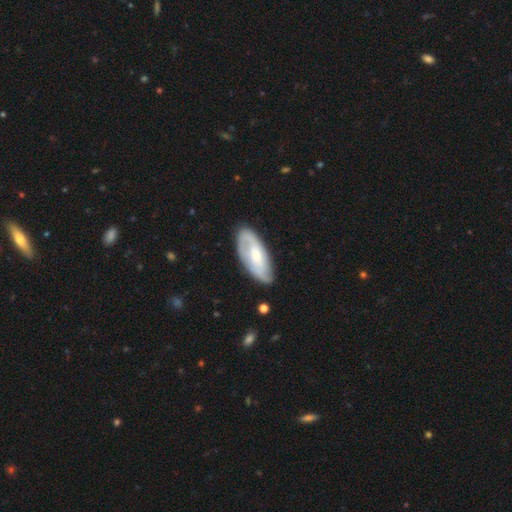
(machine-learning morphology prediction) This is possibly a featured or disk galaxy (59%). It is clearly not viewed edge-on (90%). Bar: possibly no (58%). Spiral arm pattern: likely yes (79%). Central bulge: possibly small (56%). Merging: likely none (77%).